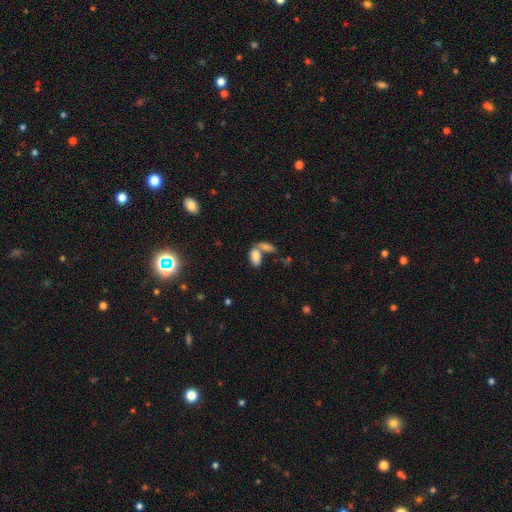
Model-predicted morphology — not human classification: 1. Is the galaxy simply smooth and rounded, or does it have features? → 82% smooth, 9% star or artifact, 9% featured or disk.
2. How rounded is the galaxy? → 92% in between, 4% round, 4% cigar-shaped.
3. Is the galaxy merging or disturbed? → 50% merger, 35% none, 10% minor disturbance, 5% major disturbance.